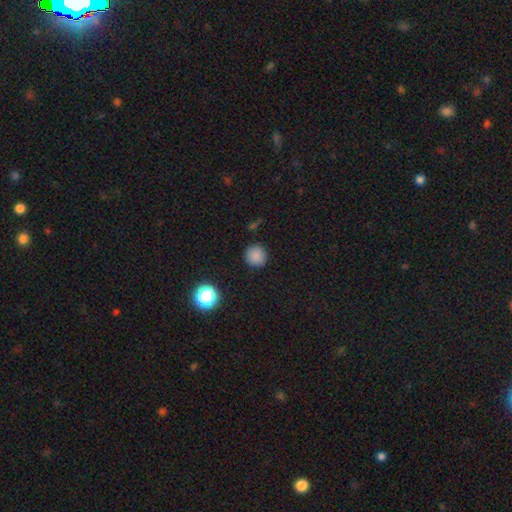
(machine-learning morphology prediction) A smooth galaxy with no disk features (84%) that is round (94%).

Vote fractions:
- Smooth or featured? smooth: 84% / star or artifact: 12% / featured or disk: 4%
- How rounded? round: 94% / in between: 5% / cigar-shaped: 1%
- Merging? none: 89% / minor disturbance: 8% / major disturbance: 2% / merger: 1%